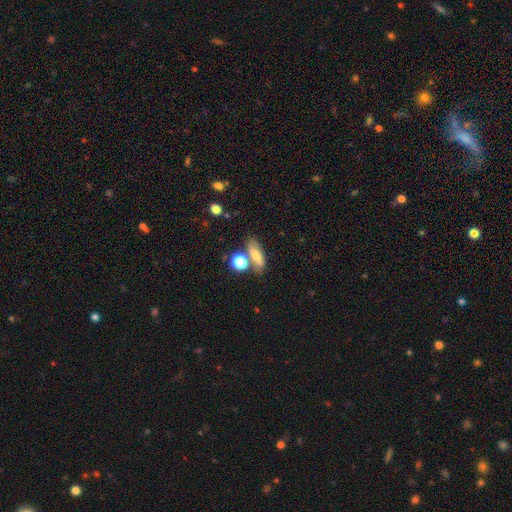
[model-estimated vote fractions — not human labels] Smooth or featured?
  - smooth: 69% *
  - featured or disk: 19%
  - star or artifact: 12%
How rounded?
  - in between: 56% *
  - cigar-shaped: 31%
  - round: 13%
Merging?
  - none: 58% *
  - merger: 20%
  - minor disturbance: 15%
  - major disturbance: 6%